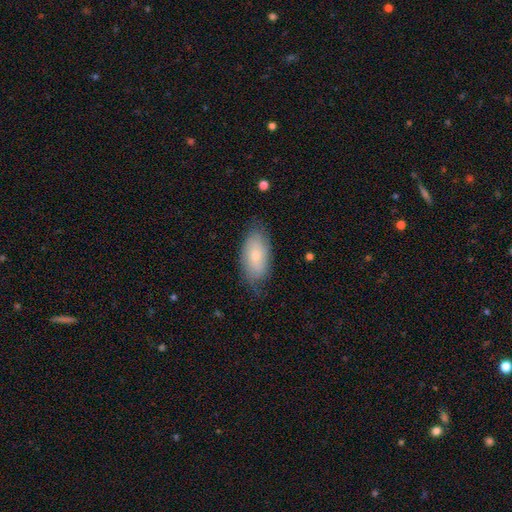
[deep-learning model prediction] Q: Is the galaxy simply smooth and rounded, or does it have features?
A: smooth — 69%.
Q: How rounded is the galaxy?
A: in between — 92%.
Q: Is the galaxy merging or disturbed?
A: none — 72%.